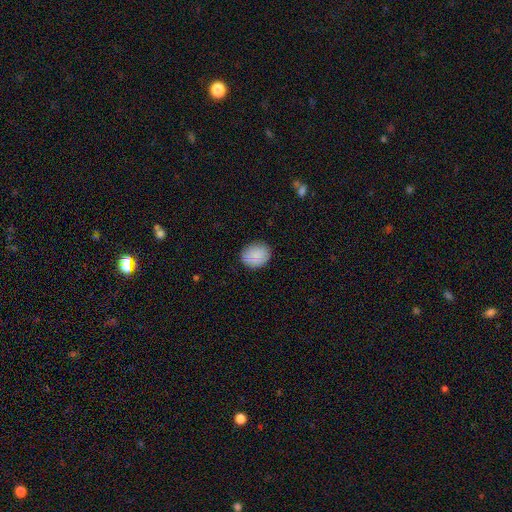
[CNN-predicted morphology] smooth_or_featured: smooth (p=0.88) [alt: star or artifact p=0.07]
how_rounded: round (p=0.55) [alt: in between p=0.44]
merging: none (p=0.86) [alt: minor disturbance p=0.11]